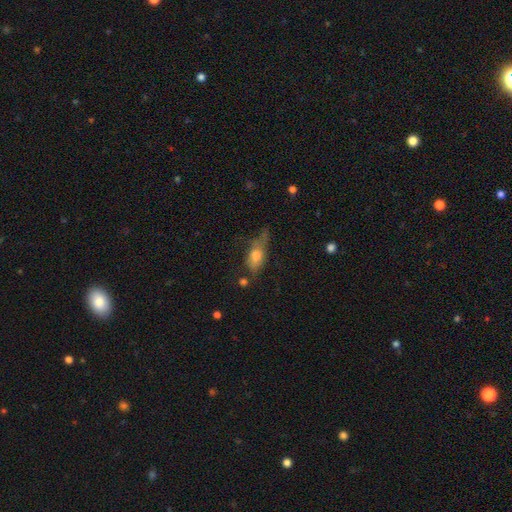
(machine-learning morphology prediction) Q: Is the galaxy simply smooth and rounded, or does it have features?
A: smooth — 57%.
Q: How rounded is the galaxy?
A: in between — 67%.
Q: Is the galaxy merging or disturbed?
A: none — 42%.